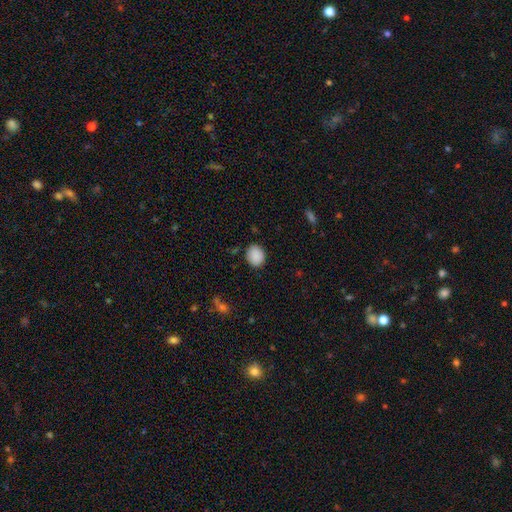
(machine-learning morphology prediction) The model was most divided on "how rounded": round: 60%, in between: 39%, cigar-shaped: 1%. More confident: smooth or featured — smooth (89%); merging — none (85%).